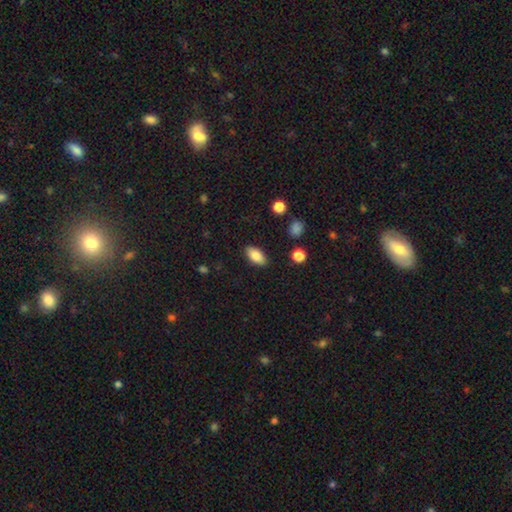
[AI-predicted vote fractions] Smooth or featured?
  - smooth: 83% *
  - featured or disk: 9%
  - star or artifact: 8%
How rounded?
  - in between: 90% *
  - cigar-shaped: 6%
  - round: 4%
Merging?
  - none: 87% *
  - minor disturbance: 9%
  - major disturbance: 2%
  - merger: 1%